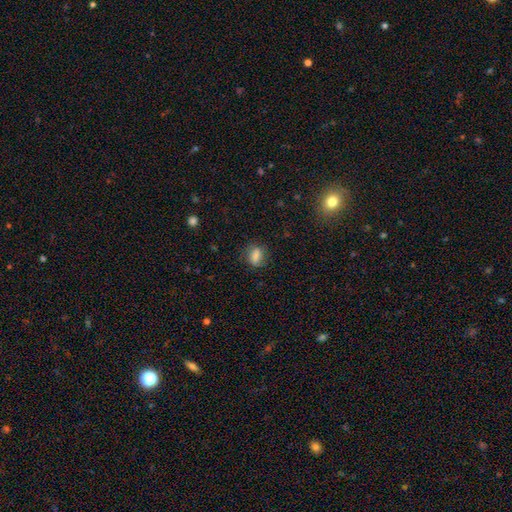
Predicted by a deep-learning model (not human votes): Smooth or featured? Predicted: smooth (p=0.80). How rounded? Predicted: in between (p=0.70). Merging? Predicted: none (p=0.73).